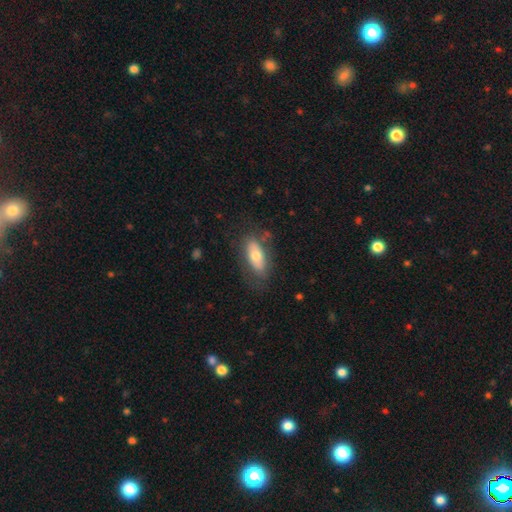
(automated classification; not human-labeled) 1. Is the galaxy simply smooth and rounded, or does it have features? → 61% smooth, 32% featured or disk, 7% star or artifact.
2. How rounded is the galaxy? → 81% in between, 16% cigar-shaped, 3% round.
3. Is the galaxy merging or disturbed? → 71% none, 18% minor disturbance, 8% major disturbance, 2% merger.